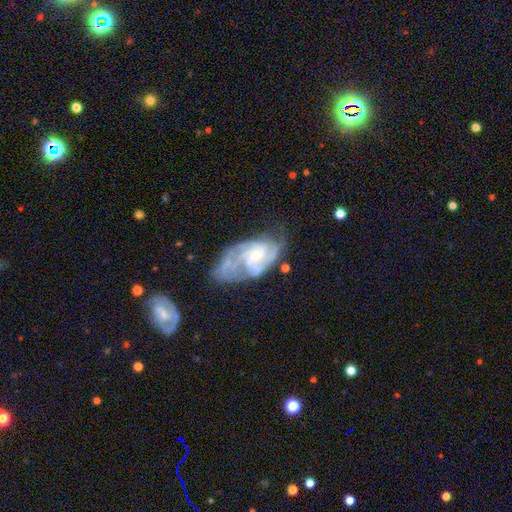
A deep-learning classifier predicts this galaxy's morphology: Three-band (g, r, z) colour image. It shows a featured or disk galaxy (87%) with no bar (51%), 2 (40%) tight (49%) spiral arms (97%) and a small central bulge (64%). Merging: none (49%).